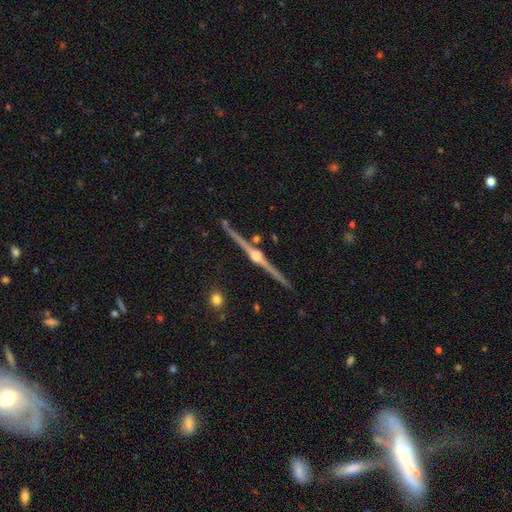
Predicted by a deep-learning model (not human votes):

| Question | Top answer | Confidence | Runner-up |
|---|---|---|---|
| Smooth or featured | featured or disk | 89% | star or artifact (6%) |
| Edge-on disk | yes | 99% | no (1%) |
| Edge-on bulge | rounded | 95% | boxy (3%) |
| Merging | none | 89% | minor disturbance (7%) |